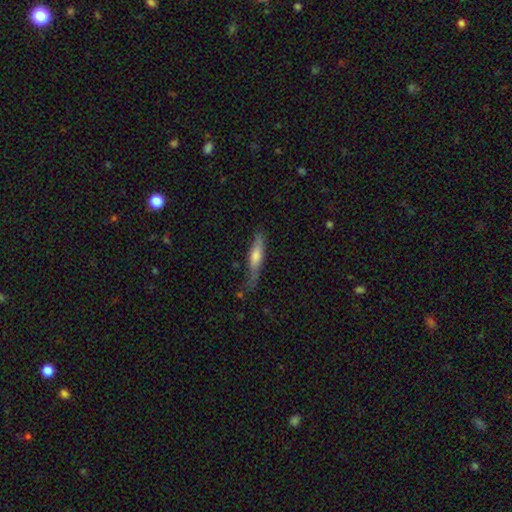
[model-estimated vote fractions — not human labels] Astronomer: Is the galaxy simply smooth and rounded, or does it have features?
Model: smooth — 57% (runner-up: featured or disk, 37%).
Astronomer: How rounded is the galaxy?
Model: cigar-shaped — 80%.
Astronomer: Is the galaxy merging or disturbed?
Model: none — 59%.